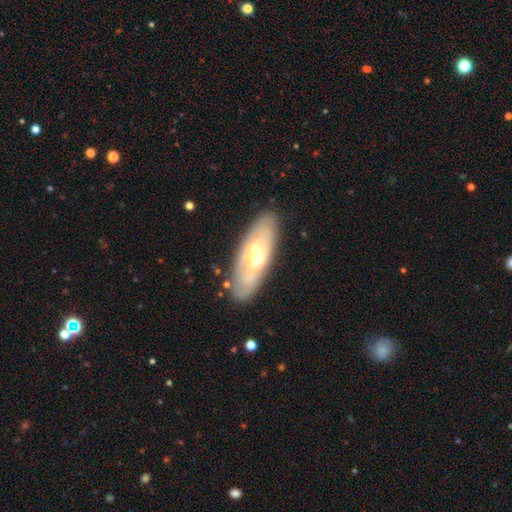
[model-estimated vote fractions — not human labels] This is likely a featured or disk galaxy (64%). It is likely not viewed edge-on (79%). Bar: marginally weak (41%). Spiral arm pattern: possibly no (52%). Central bulge: likely moderate (60%). Merging: clearly none (81%).